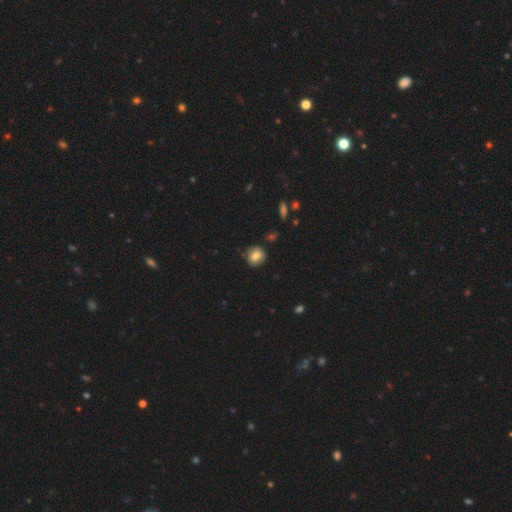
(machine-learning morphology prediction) smooth-or-featured: smooth: 78% | featured or disk: 13% | star or artifact: 9%
  how-rounded: round: 82% | in between: 16% | cigar-shaped: 1%
  merging: none: 83% | minor disturbance: 12% | major disturbance: 2% | merger: 2%